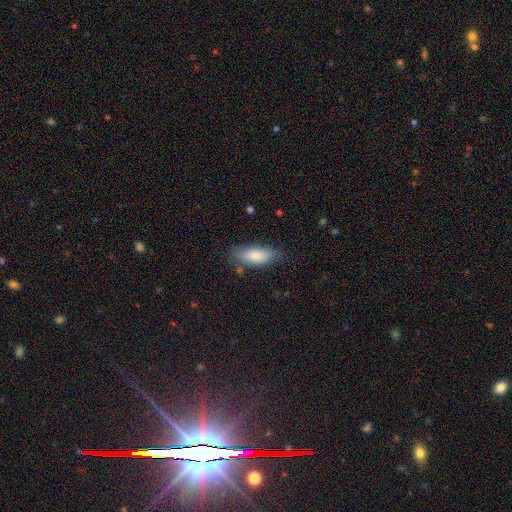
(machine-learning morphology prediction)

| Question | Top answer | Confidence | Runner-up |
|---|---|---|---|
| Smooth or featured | smooth | 85% | featured or disk (9%) |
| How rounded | in between | 77% | cigar-shaped (21%) |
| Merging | none | 72% | minor disturbance (20%) |